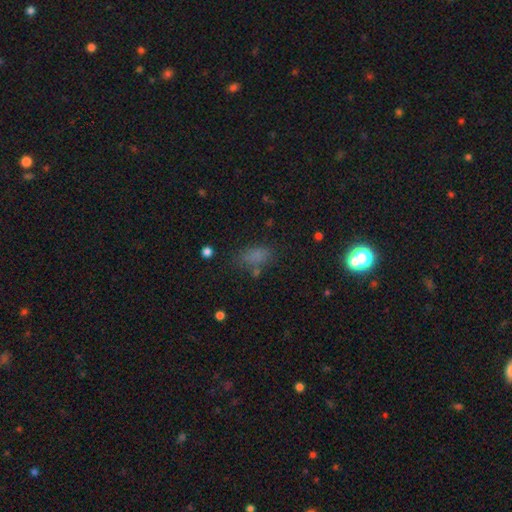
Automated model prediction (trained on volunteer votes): Morphology: type=smooth (69%); roundness=in between (84%); merging=none (63%).